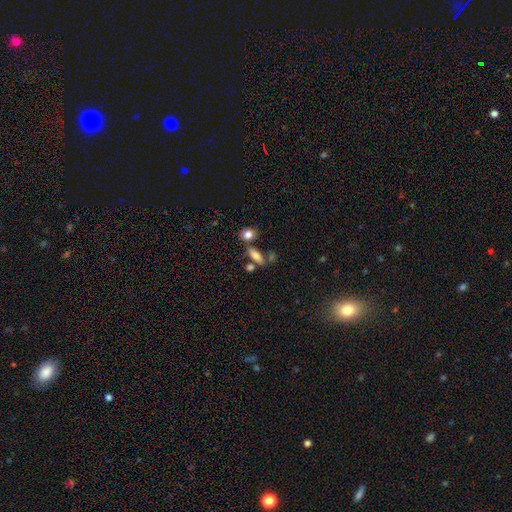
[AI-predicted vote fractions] Smooth or featured? Predicted: smooth (p=0.74). How rounded? Predicted: in between (p=0.60). Merging? Predicted: none (p=0.58).